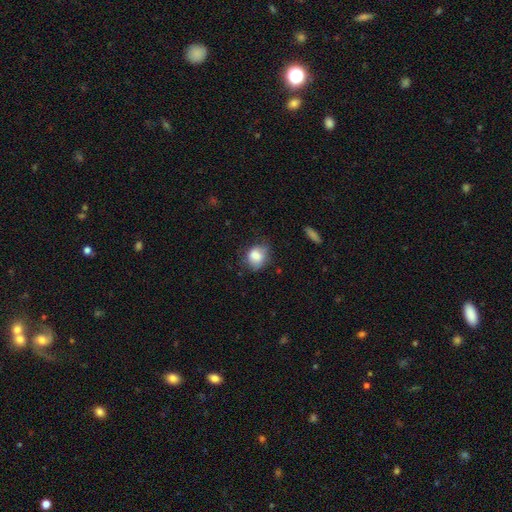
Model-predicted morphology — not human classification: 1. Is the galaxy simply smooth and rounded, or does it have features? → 81% smooth, 10% featured or disk, 9% star or artifact.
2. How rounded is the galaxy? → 57% round, 42% in between, 1% cigar-shaped.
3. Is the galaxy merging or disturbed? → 56% none, 32% minor disturbance, 10% major disturbance, 2% merger.